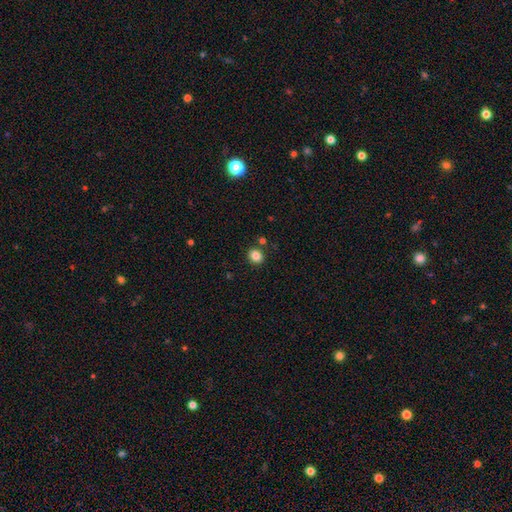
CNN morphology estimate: The model was most divided on "how rounded": round: 69%, in between: 31%, cigar-shaped: 1%. More confident: merging — none (85%); smooth or featured — smooth (85%).